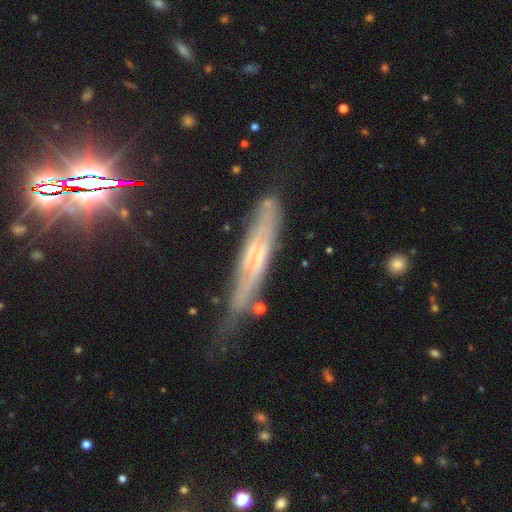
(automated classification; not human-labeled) This appears to be a featured or disk galaxy (64%) viewed edge-on (73%). Merging: none (54%).